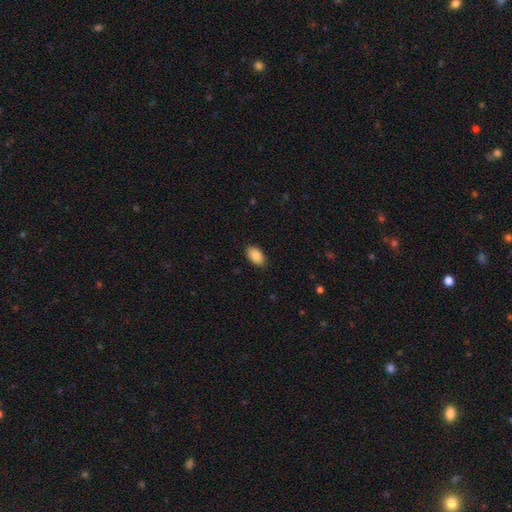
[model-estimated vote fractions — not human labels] Smooth or featured? Predicted: smooth (p=0.87). How rounded? Predicted: in between (p=0.93). Merging? Predicted: none (p=0.87).